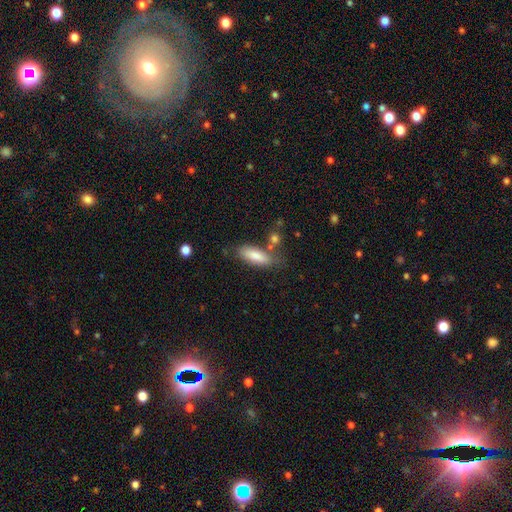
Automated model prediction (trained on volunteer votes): This appears to be a smooth galaxy with no disk features (82%) that is in between round and cigar-shaped (60%). Merging: none (69%).